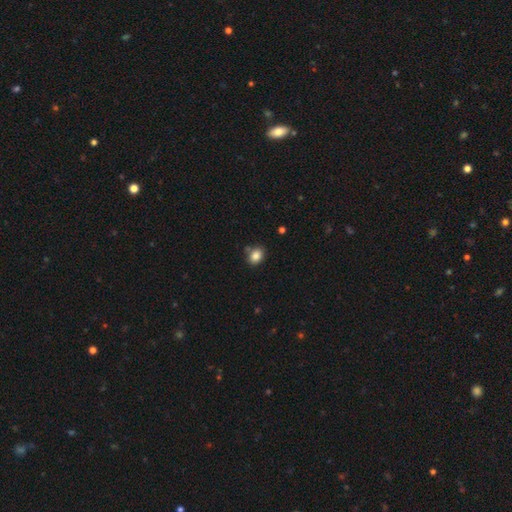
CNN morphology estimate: This appears to be a smooth galaxy with no disk features (85%) that is in between round and cigar-shaped (52%). Merging: none (79%).